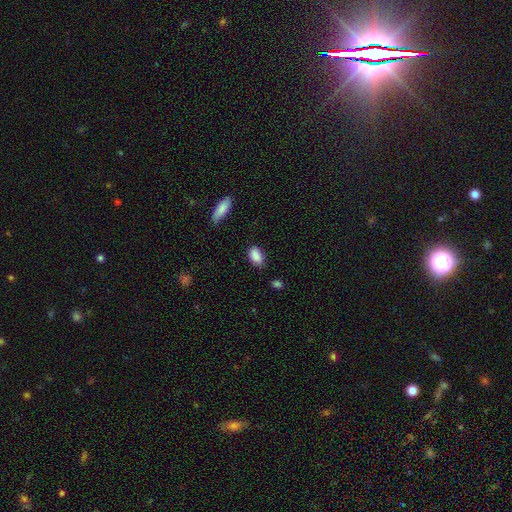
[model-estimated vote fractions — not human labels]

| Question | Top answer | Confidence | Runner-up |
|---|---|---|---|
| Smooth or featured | smooth | 88% | star or artifact (8%) |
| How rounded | in between | 91% | round (6%) |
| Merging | none | 73% | minor disturbance (21%) |